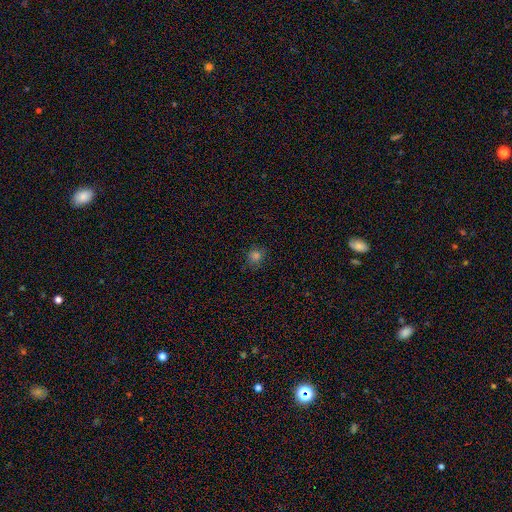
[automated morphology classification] The model was most divided on "smooth or featured": smooth: 80%, star or artifact: 15%, featured or disk: 4%. More confident: merging — none (85%); how rounded — round (85%).